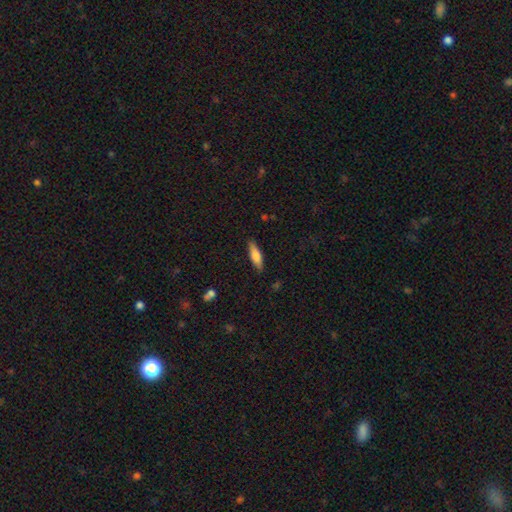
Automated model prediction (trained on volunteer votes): smooth 66%, featured or disk 28%, star or artifact 6%. Down the decision tree: how rounded — cigar-shaped (59%); merging — none (87%).